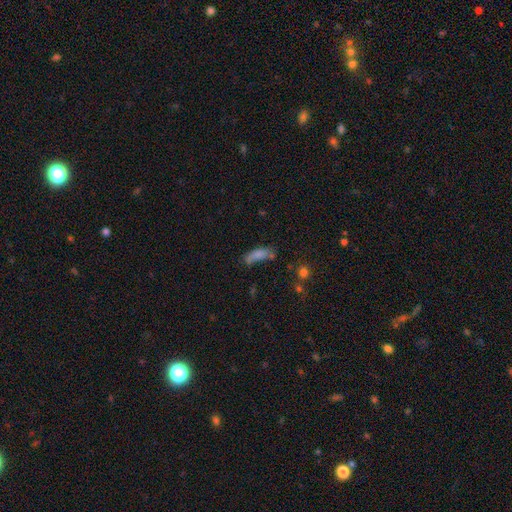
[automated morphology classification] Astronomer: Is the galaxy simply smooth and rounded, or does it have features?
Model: smooth — 69%.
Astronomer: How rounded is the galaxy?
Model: in between — 49% (runner-up: cigar-shaped, 47%).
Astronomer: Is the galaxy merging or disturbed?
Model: none — 54%.